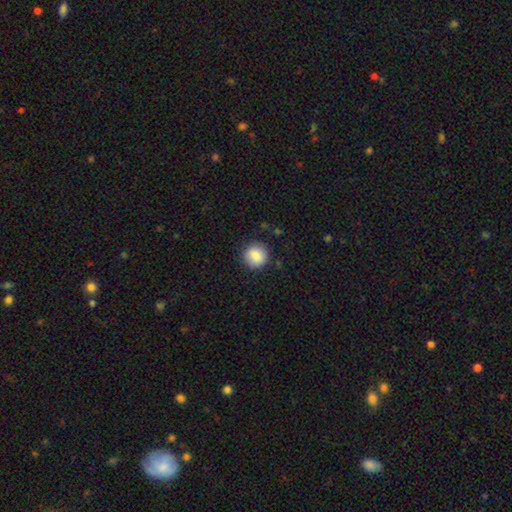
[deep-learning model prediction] Smooth or featured: smooth — 86% (star or artifact — 8%)
How rounded: round — 91% (in between — 8%)
Merging: none — 87% (minor disturbance — 9%)